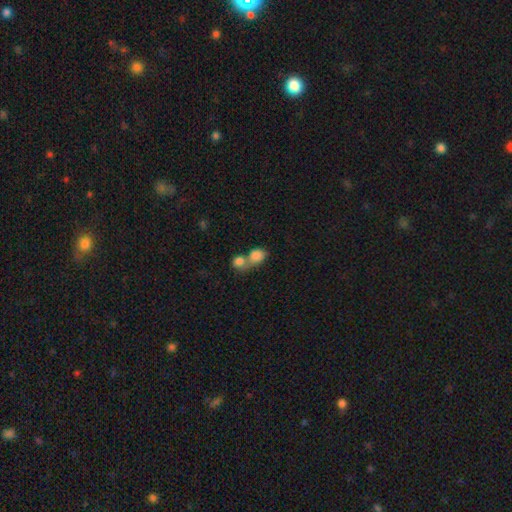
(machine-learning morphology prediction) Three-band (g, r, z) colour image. It shows a smooth galaxy with no disk features (82%) that is in between round and cigar-shaped (54%). Merging: merger (68%).